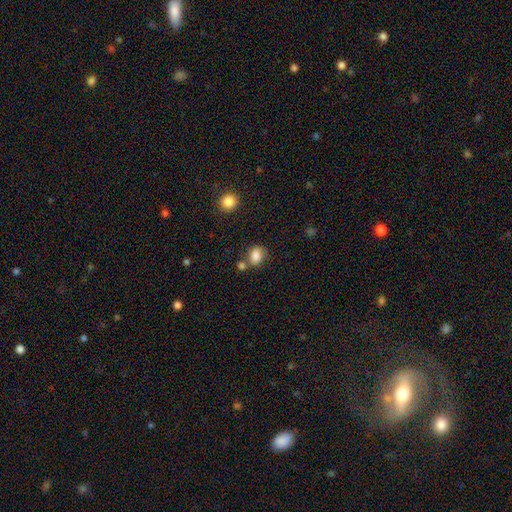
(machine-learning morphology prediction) smooth-or-featured: smooth: 84% | star or artifact: 10% | featured or disk: 6%
  how-rounded: in between: 59% | round: 40% | cigar-shaped: 1%
  merging: none: 60% | merger: 21% | minor disturbance: 15% | major disturbance: 5%